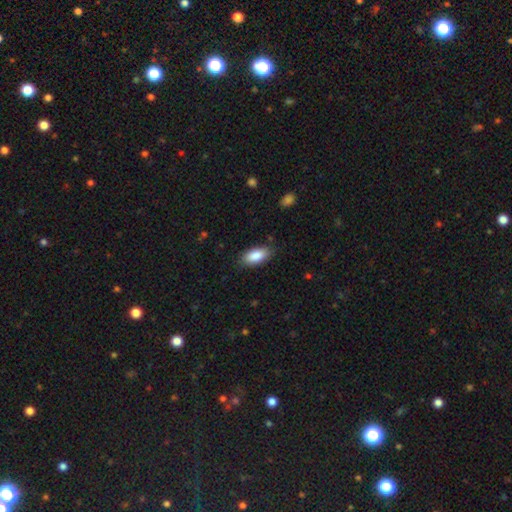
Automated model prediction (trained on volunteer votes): Q: Smooth or featured?
A: smooth (87%); runner-up: featured or disk (7%)
Q: How rounded?
A: in between (89%); runner-up: cigar-shaped (8%)
Q: Merging?
A: none (82%); runner-up: minor disturbance (14%)